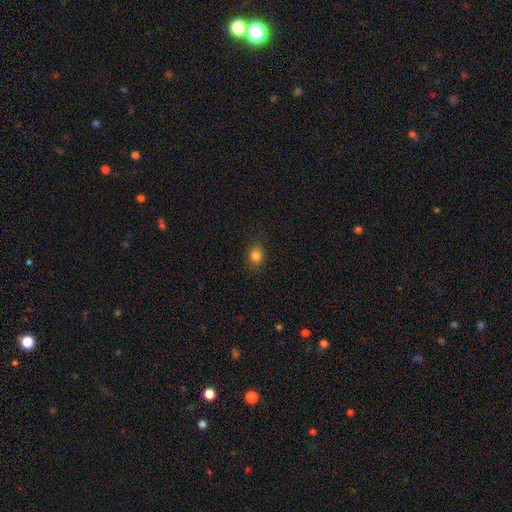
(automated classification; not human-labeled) smooth 83%, star or artifact 12%, featured or disk 5%. Down the decision tree: how rounded — round (63%); merging — none (85%).